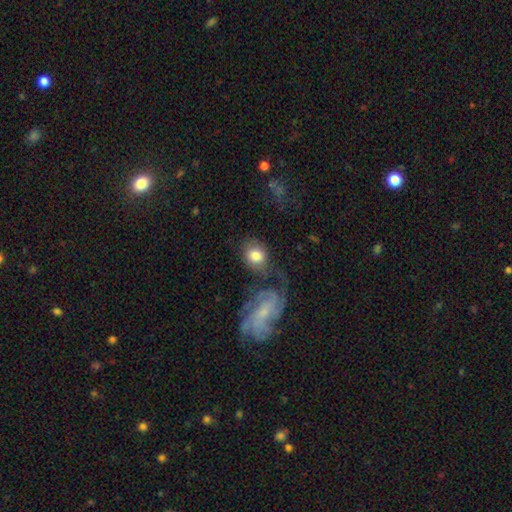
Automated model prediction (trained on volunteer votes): Smooth or featured? Predicted: smooth (p=0.70). How rounded? Predicted: round (p=0.59). Merging? Predicted: none (p=0.50).